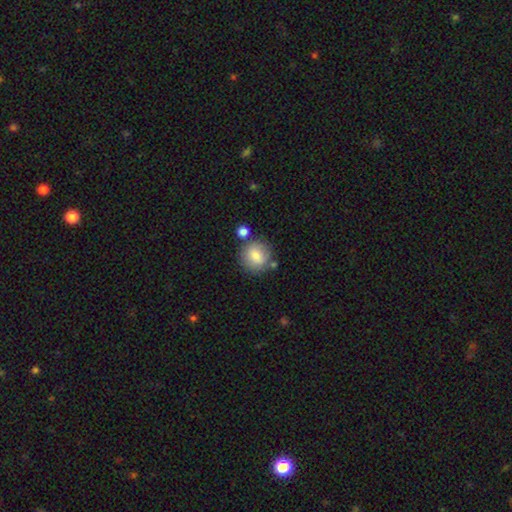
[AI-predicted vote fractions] A smooth galaxy with no disk features (81%) that is round (86%). Merging: none (73%).